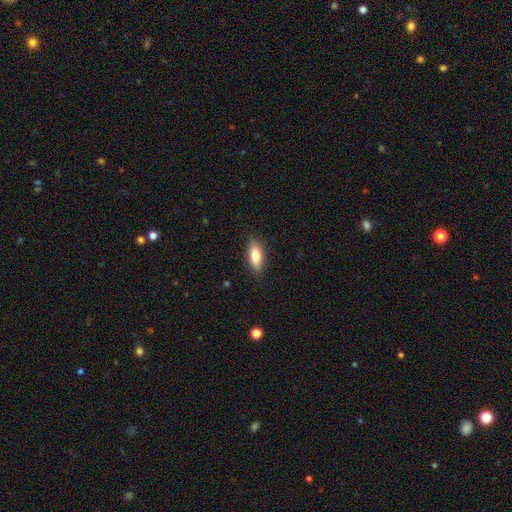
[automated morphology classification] type=smooth (76%); roundness=in between (74%); merging=none (86%).